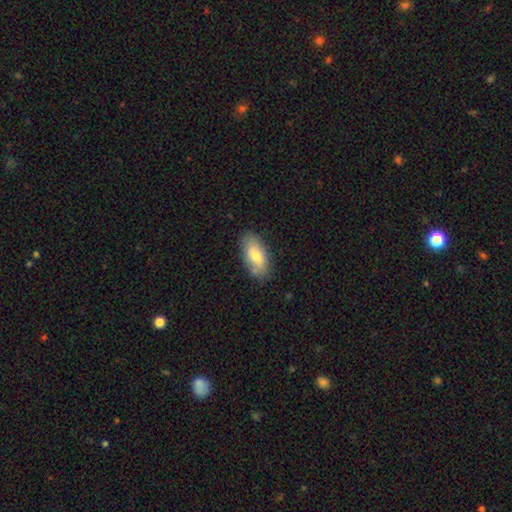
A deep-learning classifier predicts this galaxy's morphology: Smooth or featured: smooth — 73% (featured or disk — 21%)
How rounded: in between — 90% (cigar-shaped — 8%)
Merging: none — 80% (minor disturbance — 15%)